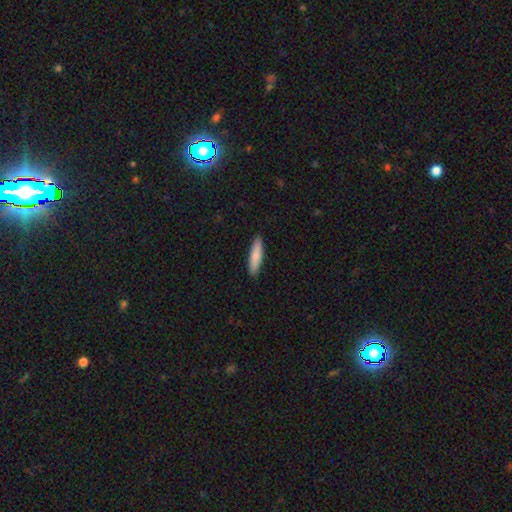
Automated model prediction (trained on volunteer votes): smooth_or_featured: smooth (p=0.84) [alt: featured or disk p=0.10]
how_rounded: cigar-shaped (p=0.80) [alt: in between p=0.19]
merging: none (p=0.91) [alt: minor disturbance p=0.07]